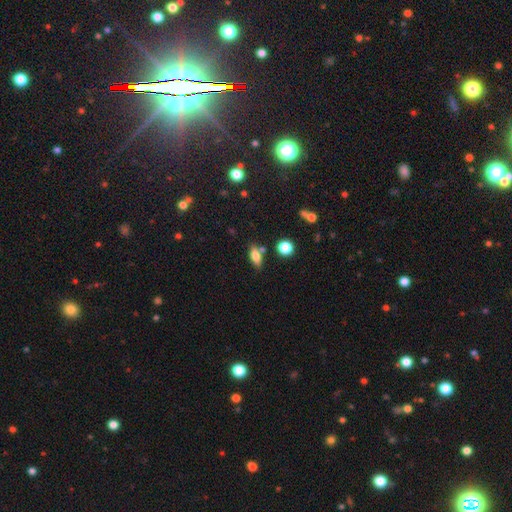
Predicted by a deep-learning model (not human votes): Smooth or featured?
  - smooth: 73% *
  - featured or disk: 17%
  - star or artifact: 10%
How rounded?
  - in between: 74% *
  - cigar-shaped: 19%
  - round: 7%
Merging?
  - none: 71% *
  - minor disturbance: 15%
  - merger: 11%
  - major disturbance: 4%